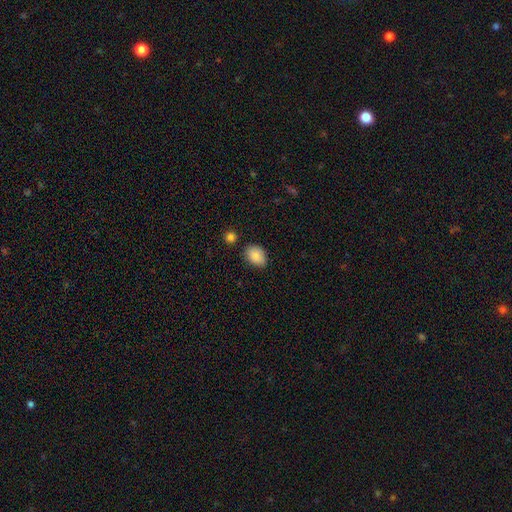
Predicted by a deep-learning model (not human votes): A smooth galaxy with no disk features (86%) that is in between round and cigar-shaped (80%).

Vote fractions:
- Smooth or featured? smooth: 86% / star or artifact: 8% / featured or disk: 6%
- How rounded? in between: 80% / round: 19% / cigar-shaped: 1%
- Merging? none: 76% / minor disturbance: 17% / merger: 4% / major disturbance: 3%